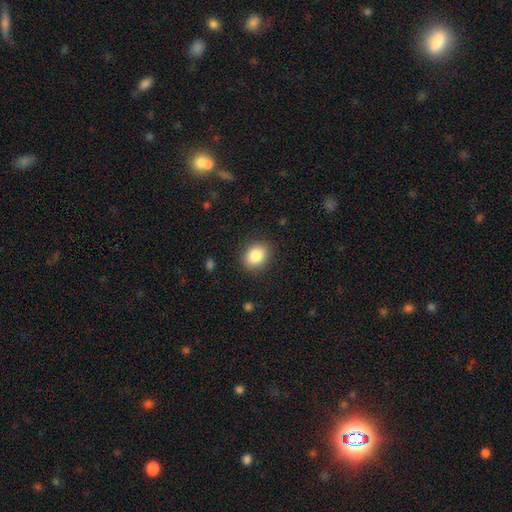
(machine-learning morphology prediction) Smooth or featured? Predicted: smooth (p=0.85). How rounded? Predicted: round (p=0.55). Merging? Predicted: none (p=0.88).